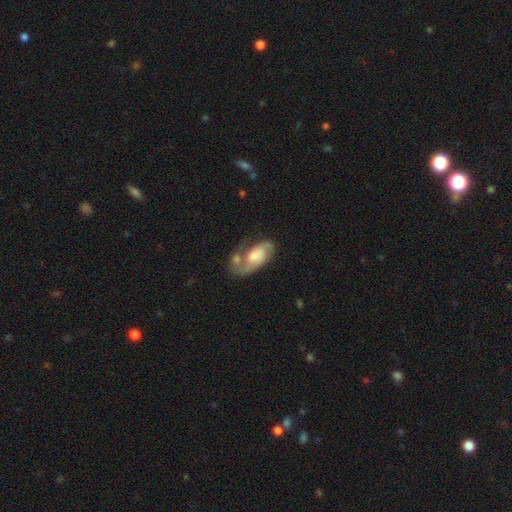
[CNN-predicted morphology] Overall: featured or disk (63%; smooth 31%). Edge-on disk: no (95%). Bar: no (64%; weak 30%). Spiral arms: yes (86%). Spiral arm count: 2 (69%). Spiral winding: medium (46%; loose 29%). Bulge size: moderate (40%; large 24%). Merging: none (36%; merger 28%).